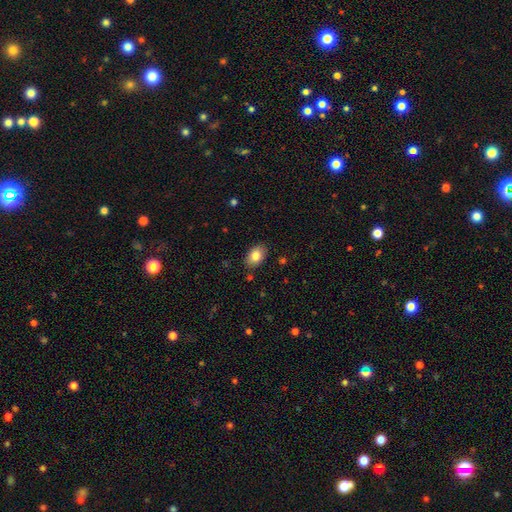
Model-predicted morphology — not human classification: Smooth or featured: smooth — 82% (featured or disk — 10%)
How rounded: in between — 86% (round — 13%)
Merging: none — 86% (minor disturbance — 10%)